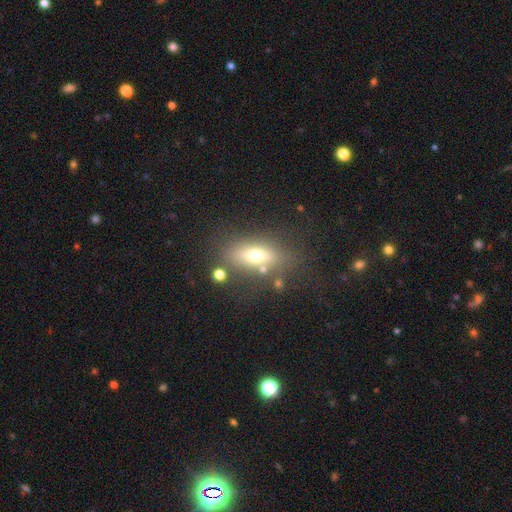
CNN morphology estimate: Q: Smooth or featured?
A: smooth (55%); runner-up: featured or disk (34%)
Q: How rounded?
A: in between (67%); runner-up: cigar-shaped (25%)
Q: Merging?
A: none (73%); runner-up: minor disturbance (14%)